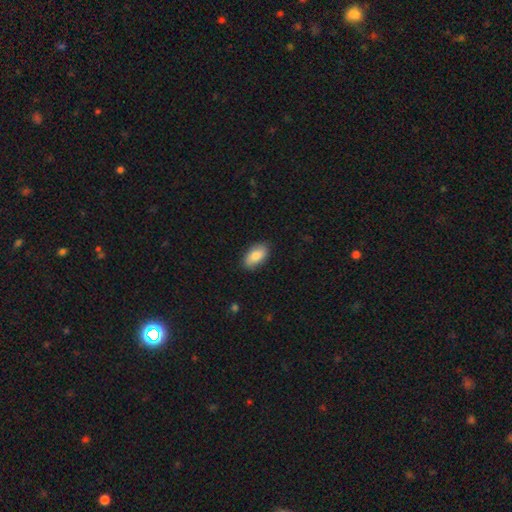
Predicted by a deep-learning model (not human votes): Overall: smooth (83%). How rounded: in between (93%). Merging: none (86%).